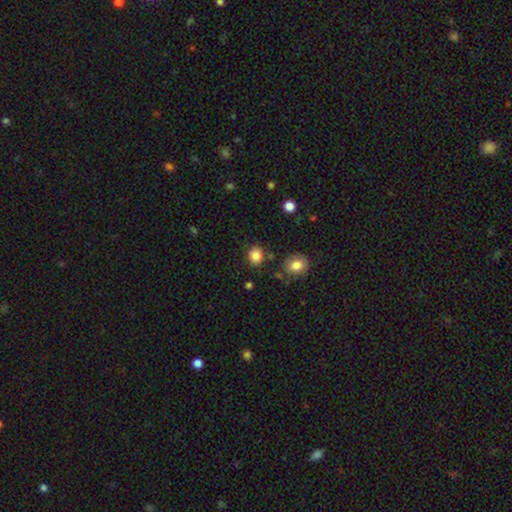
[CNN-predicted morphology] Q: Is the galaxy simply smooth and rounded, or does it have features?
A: smooth — 85%.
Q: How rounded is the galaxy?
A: round — 73%.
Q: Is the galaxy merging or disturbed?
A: none — 81%.